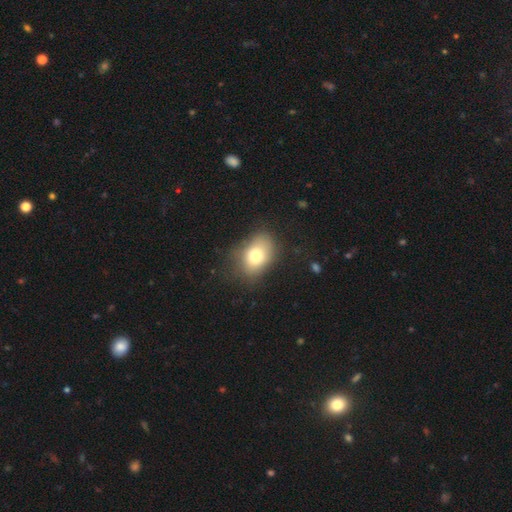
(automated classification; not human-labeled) Smooth or featured? Predicted: smooth (p=0.76). How rounded? Predicted: in between (p=0.76). Merging? Predicted: none (p=0.71).